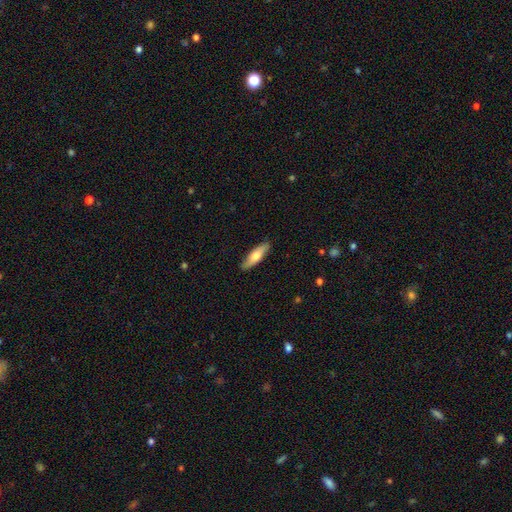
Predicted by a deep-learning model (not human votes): This is likely a smooth galaxy (68%). How rounded: likely cigar-shaped (61%). Merging: clearly none (88%).